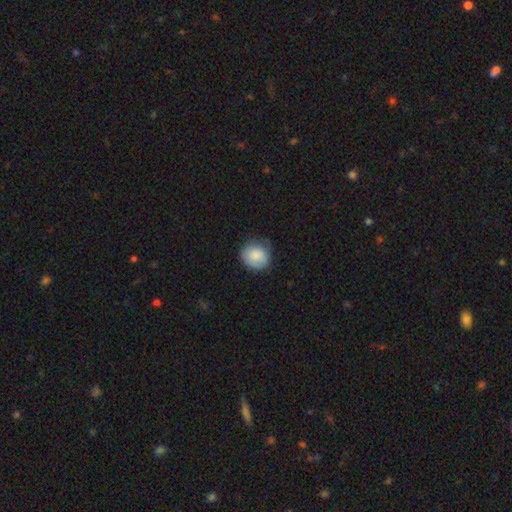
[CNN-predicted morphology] The model was most divided on "merging": none: 73%, minor disturbance: 22%, major disturbance: 4%, merger: 1%. More confident: how rounded — round (85%); smooth or featured — smooth (85%).